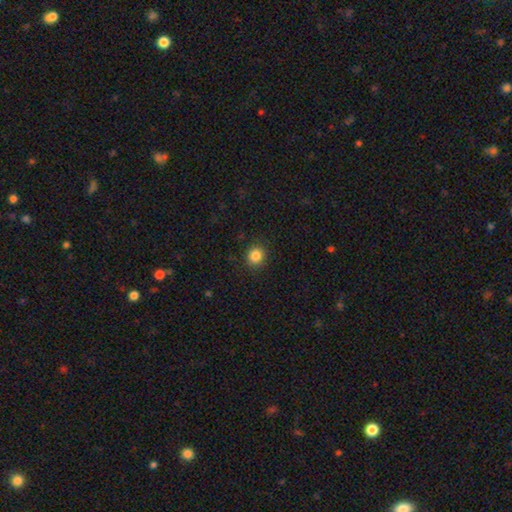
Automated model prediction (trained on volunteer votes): Smooth or featured? Predicted: smooth (p=0.85). How rounded? Predicted: round (p=0.86). Merging? Predicted: none (p=0.90).